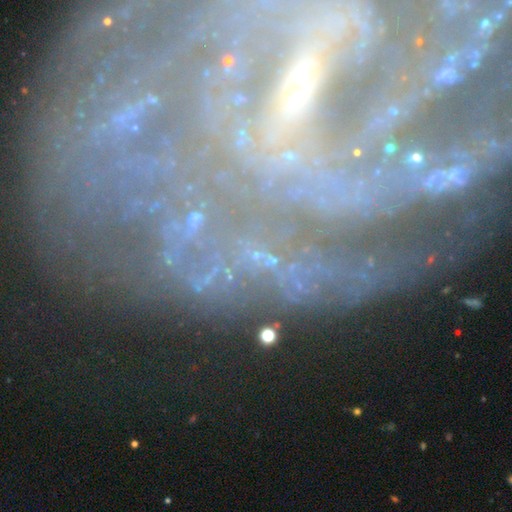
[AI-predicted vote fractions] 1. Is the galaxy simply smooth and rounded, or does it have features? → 59% featured or disk, 28% star or artifact, 13% smooth.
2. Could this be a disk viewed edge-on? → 91% no, 9% yes.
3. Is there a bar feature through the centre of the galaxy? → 42% no, 31% strong, 27% weak.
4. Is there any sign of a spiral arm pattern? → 82% yes, 18% no.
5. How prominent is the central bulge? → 55% small, 24% moderate, 11% none, 6% large, 4% dominant.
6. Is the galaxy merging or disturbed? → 61% none, 17% minor disturbance, 16% major disturbance, 7% merger.